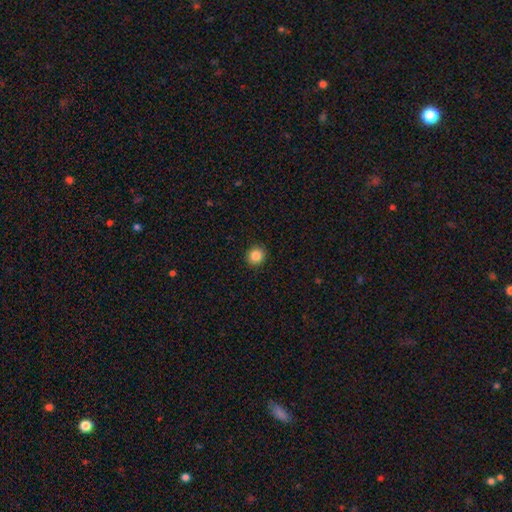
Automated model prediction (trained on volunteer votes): smooth-or-featured: smooth: 86% | star or artifact: 10% | featured or disk: 4%
  how-rounded: round: 89% | in between: 10% | cigar-shaped: 1%
  merging: none: 92% | minor disturbance: 5% | major disturbance: 2% | merger: 1%